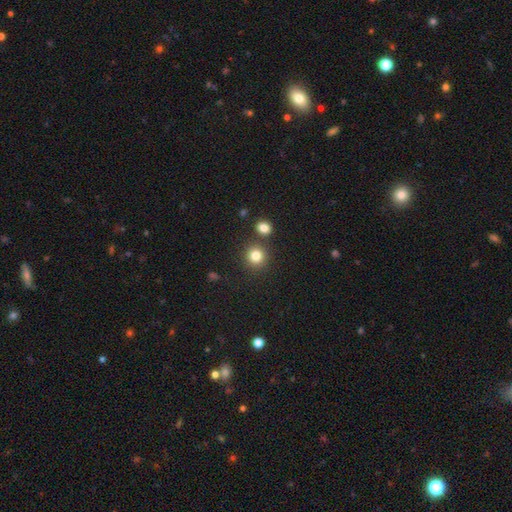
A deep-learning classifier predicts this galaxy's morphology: This appears to be a smooth galaxy with no disk features (82%) that is round (91%). Merging: none (81%).